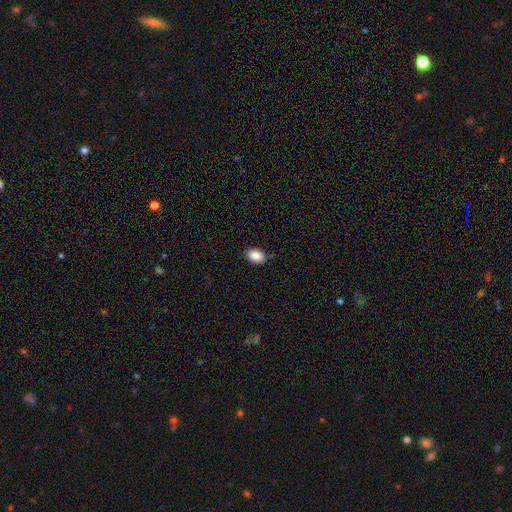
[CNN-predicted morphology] smooth-or-featured: smooth: 88% | star or artifact: 8% | featured or disk: 4%
  how-rounded: in between: 79% | round: 20% | cigar-shaped: 1%
  merging: none: 82% | minor disturbance: 15% | major disturbance: 3% | merger: 1%